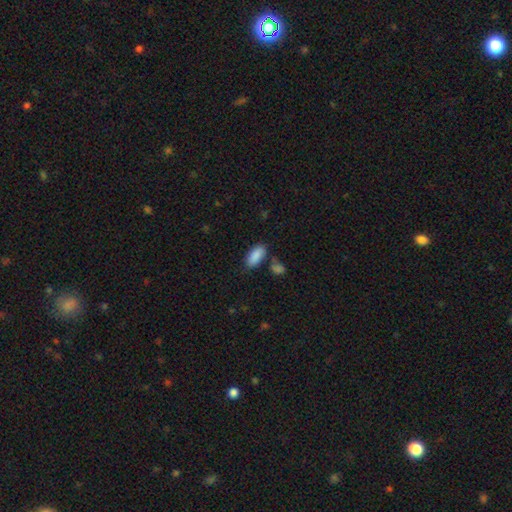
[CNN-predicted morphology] This appears to be a smooth galaxy with no disk features (89%) that is in between round and cigar-shaped (89%). Merging: none (72%).